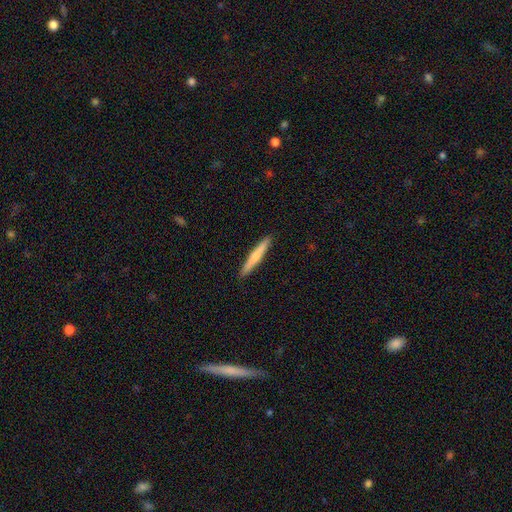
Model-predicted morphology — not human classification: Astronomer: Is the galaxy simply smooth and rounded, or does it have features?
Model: smooth — 61%.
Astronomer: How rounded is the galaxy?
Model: cigar-shaped — 95%.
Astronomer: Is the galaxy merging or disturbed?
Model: none — 92%.